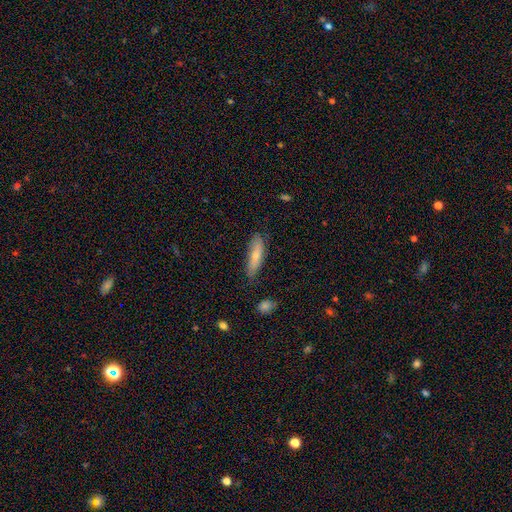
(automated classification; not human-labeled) Smooth or featured?
  - smooth: 69% *
  - featured or disk: 24%
  - star or artifact: 6%
How rounded?
  - cigar-shaped: 63% *
  - in between: 35%
  - round: 2%
Merging?
  - none: 76% *
  - minor disturbance: 18%
  - major disturbance: 3%
  - merger: 2%